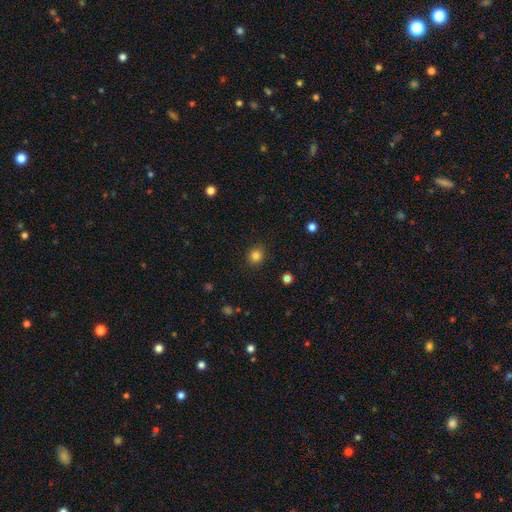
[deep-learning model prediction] Smooth or featured: smooth — 83% (star or artifact — 12%)
How rounded: round — 85% (in between — 14%)
Merging: none — 91% (minor disturbance — 6%)